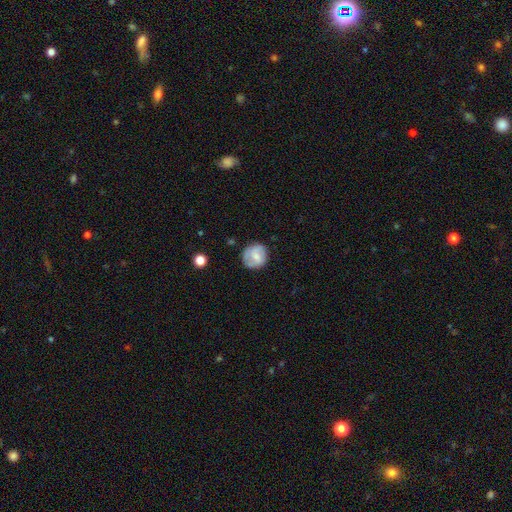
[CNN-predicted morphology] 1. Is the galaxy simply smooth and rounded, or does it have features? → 57% smooth, 36% featured or disk, 7% star or artifact.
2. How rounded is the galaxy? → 85% round, 14% in between, 1% cigar-shaped.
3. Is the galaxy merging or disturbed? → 72% none, 20% minor disturbance, 6% major disturbance, 2% merger.